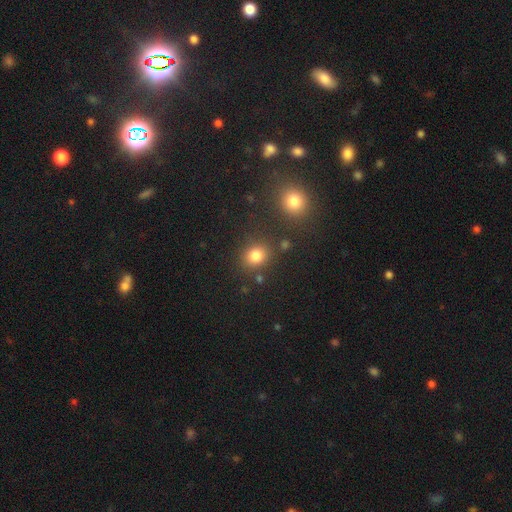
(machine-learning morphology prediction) Smooth or featured? smooth (80%)
How rounded? round (72%)
Merging? none (80%)